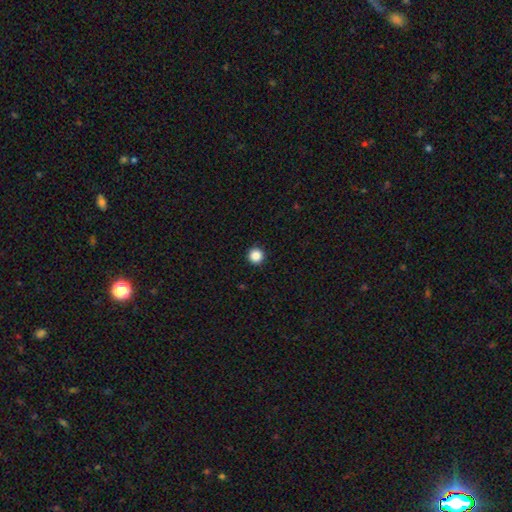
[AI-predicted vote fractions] This is clearly a smooth galaxy (87%). How rounded: clearly round (97%). Merging: clearly none (94%).